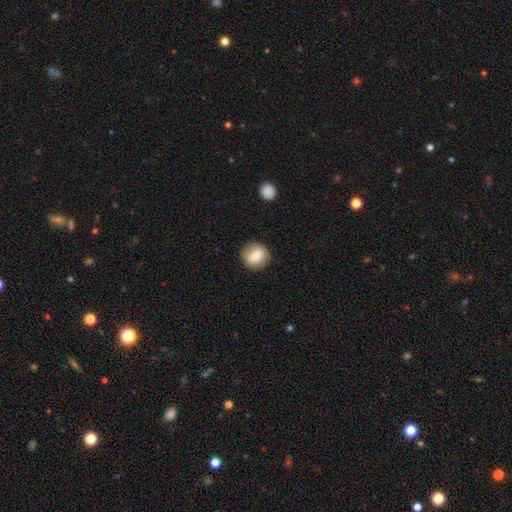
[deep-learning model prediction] This is likely a smooth galaxy (74%). How rounded: clearly round (89%). Merging: clearly none (88%).